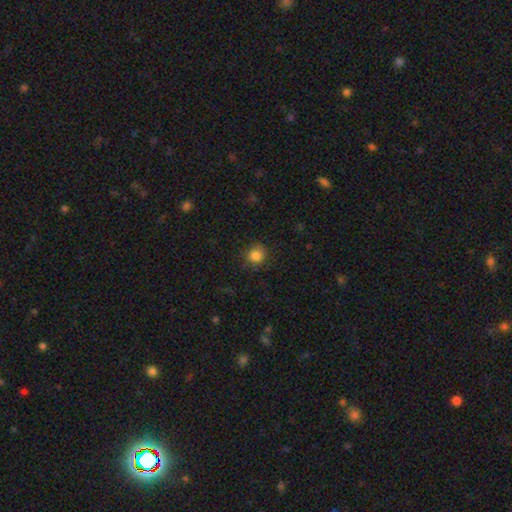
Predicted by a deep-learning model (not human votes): Smooth or featured?
  - smooth: 83% *
  - star or artifact: 12%
  - featured or disk: 5%
How rounded?
  - round: 84% *
  - in between: 15%
  - cigar-shaped: 1%
Merging?
  - none: 78% *
  - minor disturbance: 16%
  - major disturbance: 5%
  - merger: 1%